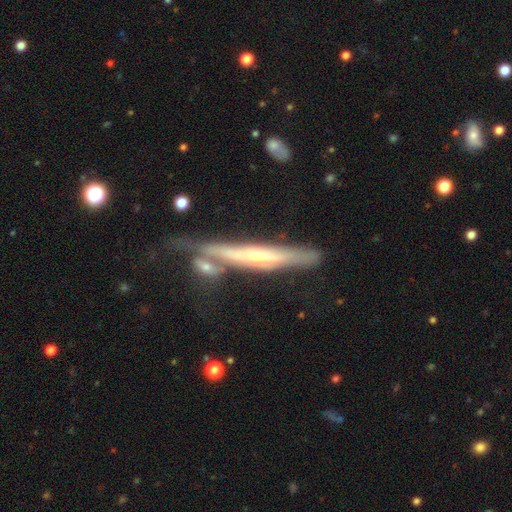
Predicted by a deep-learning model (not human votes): Overall: featured or disk (75%). Edge-on disk: yes (89%). Edge-on bulge: rounded (64%; none 29%). Merging: none (55%; merger 19%).